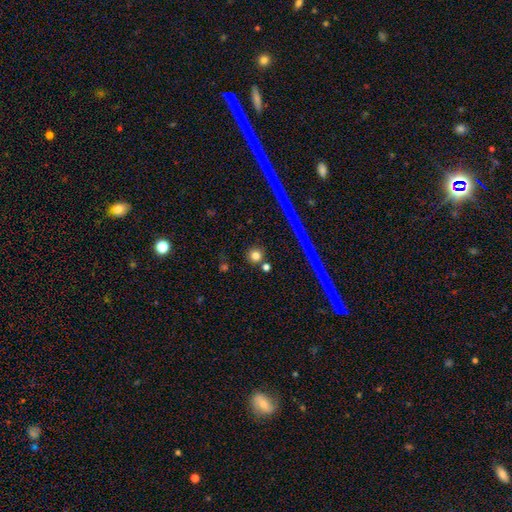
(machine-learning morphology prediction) Smooth or featured: smooth — 76% (star or artifact — 15%)
How rounded: round — 94% (in between — 4%)
Merging: none — 86% (minor disturbance — 6%)